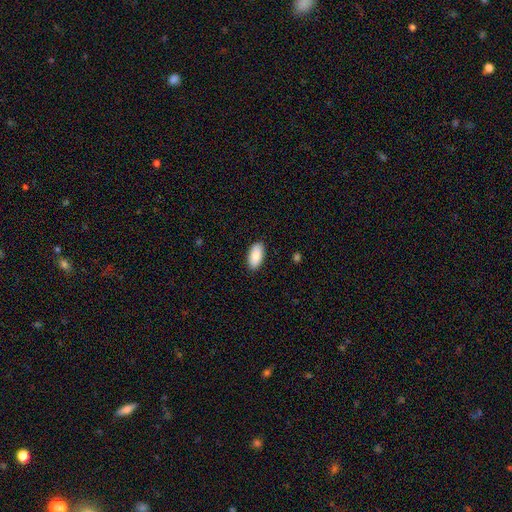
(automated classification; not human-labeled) Morphology: type=smooth (87%); roundness=in between (94%); merging=none (89%).